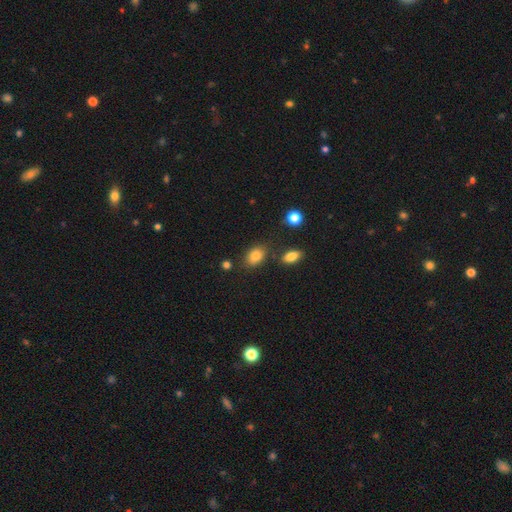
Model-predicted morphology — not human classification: This appears to be a smooth galaxy with no disk features (83%) that is in between round and cigar-shaped (78%). Merging: none (75%).